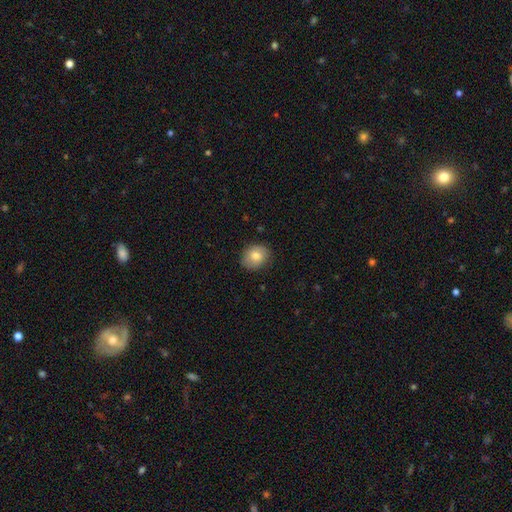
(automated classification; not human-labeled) smooth 78%, featured or disk 13%, star or artifact 8%. Down the decision tree: how rounded — round (64%); merging — none (85%).